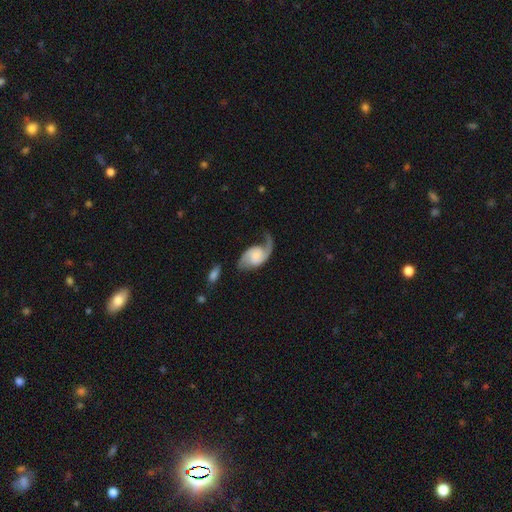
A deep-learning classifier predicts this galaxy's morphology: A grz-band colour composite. It shows a featured or disk galaxy (82%) with no bar (59%), 2 (79%) loose (57%) spiral arms (96%) and no central bulge (41%). Merging: none (50%).